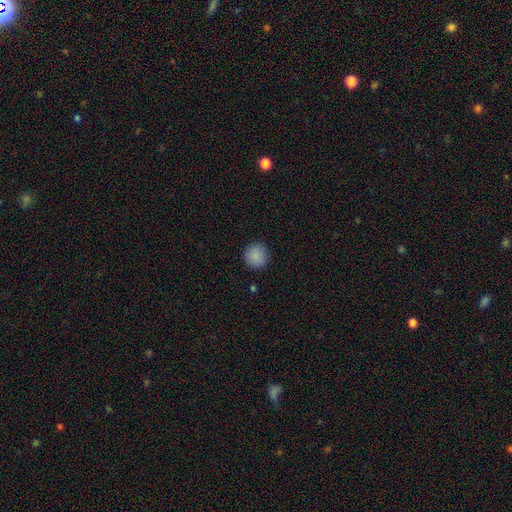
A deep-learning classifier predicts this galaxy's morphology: Q: Smooth or featured?
A: smooth (88%); runner-up: star or artifact (9%)
Q: How rounded?
A: round (94%); runner-up: in between (5%)
Q: Merging?
A: none (90%); runner-up: minor disturbance (7%)